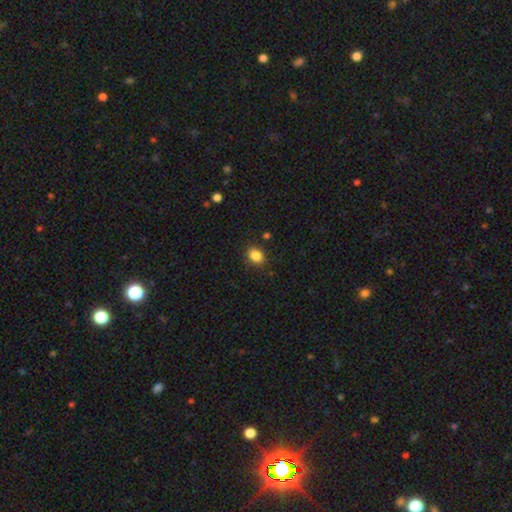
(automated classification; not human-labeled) Smooth or featured?
  - smooth: 85% *
  - star or artifact: 10%
  - featured or disk: 4%
How rounded?
  - in between: 56% *
  - round: 43%
  - cigar-shaped: 1%
Merging?
  - none: 85% *
  - minor disturbance: 10%
  - major disturbance: 3%
  - merger: 2%